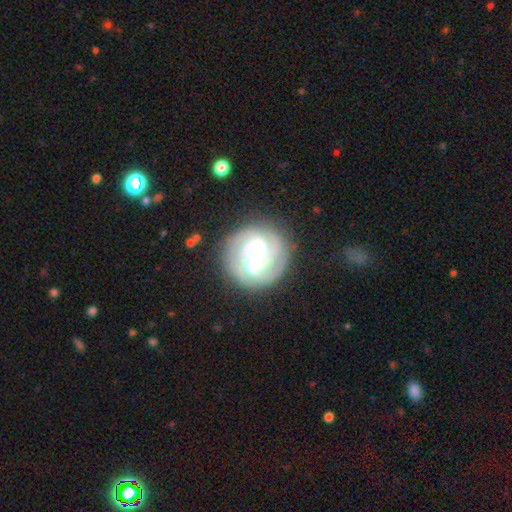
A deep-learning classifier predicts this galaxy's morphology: Smooth or featured: featured or disk — 87% (smooth — 8%)
Edge-on disk: no — 98% (yes — 2%)
Bar: strong — 50% (weak — 38%)
Spiral arms: yes — 97% (no — 3%)
Spiral winding: tight — 66% (medium — 29%)
Spiral arm count: 3 — 38% (2 — 24%)
Bulge size: small — 51% (moderate — 40%)
Merging: none — 82% (minor disturbance — 12%)